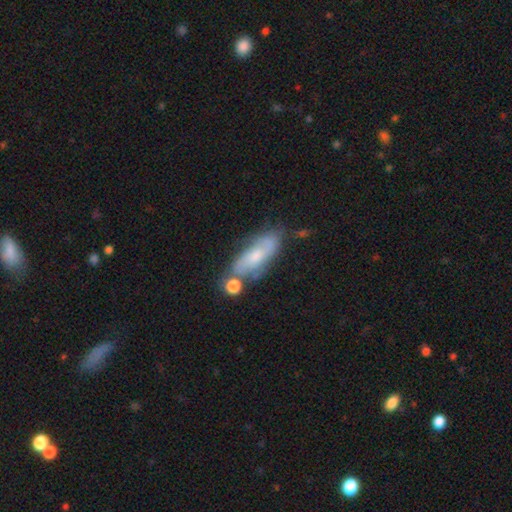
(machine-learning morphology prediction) Smooth or featured?
  - featured or disk: 51% *
  - smooth: 40%
  - star or artifact: 8%
Edge-on disk?
  - no: 81% *
  - yes: 19%
Merging?
  - none: 53% *
  - minor disturbance: 22%
  - merger: 16%
  - major disturbance: 9%